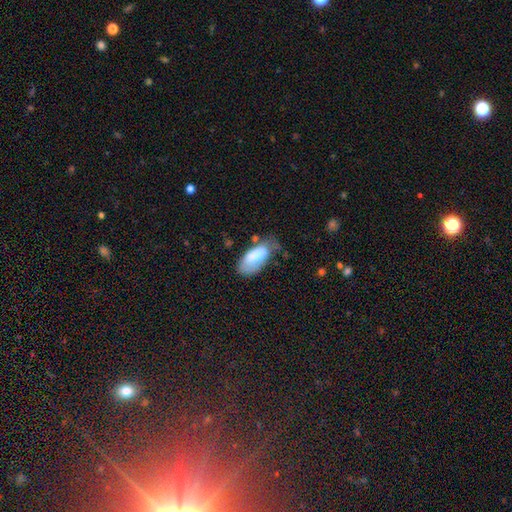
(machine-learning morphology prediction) Smooth or featured: smooth — 76% (featured or disk — 18%)
How rounded: in between — 91% (cigar-shaped — 7%)
Merging: none — 36% (tied with minor disturbance — 36%)